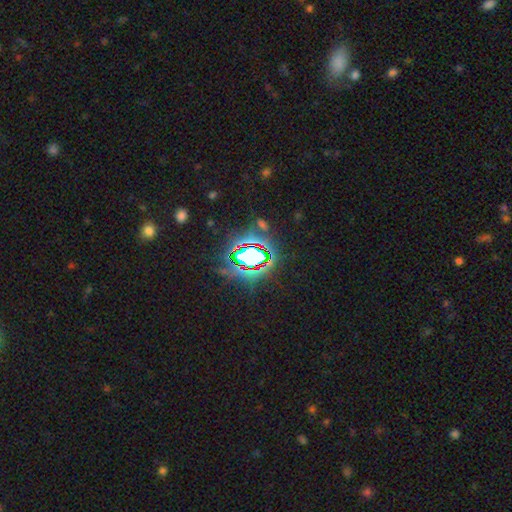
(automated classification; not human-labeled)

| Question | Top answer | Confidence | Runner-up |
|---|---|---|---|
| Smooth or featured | star or artifact | 80% | smooth (11%) |